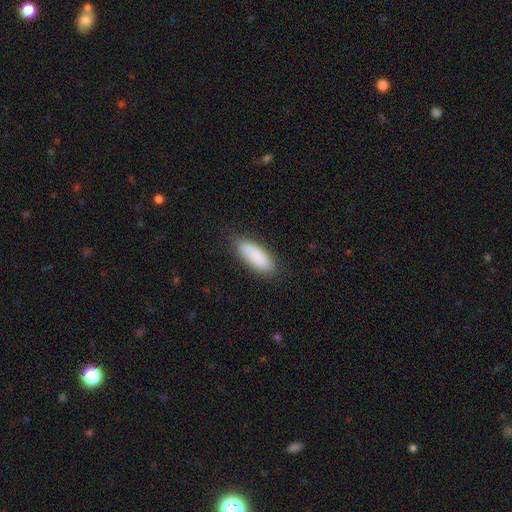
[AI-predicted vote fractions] This appears to be a smooth galaxy with no disk features (87%) that is in between round and cigar-shaped (71%). Merging: none (83%).